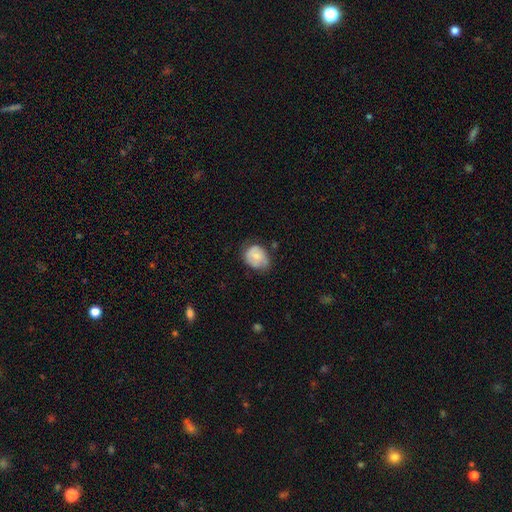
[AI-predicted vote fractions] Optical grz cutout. It shows a smooth galaxy with no disk features (68%) that is in between round and cigar-shaped (50%). Merging: none (53%).